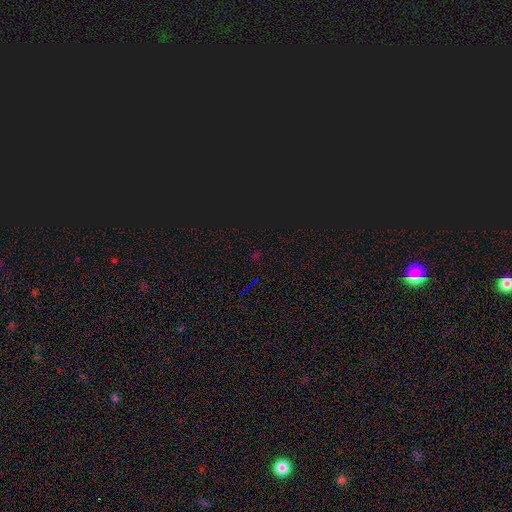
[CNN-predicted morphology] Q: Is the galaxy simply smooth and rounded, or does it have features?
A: star or artifact — 76%.